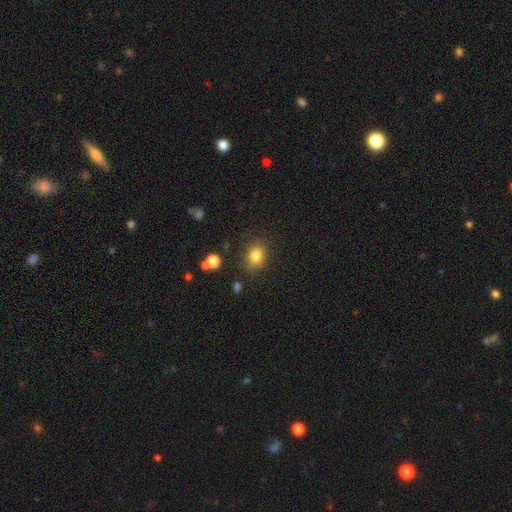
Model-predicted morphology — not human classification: Overall: smooth (82%). How rounded: in between (50%; round 49%). Merging: none (83%).